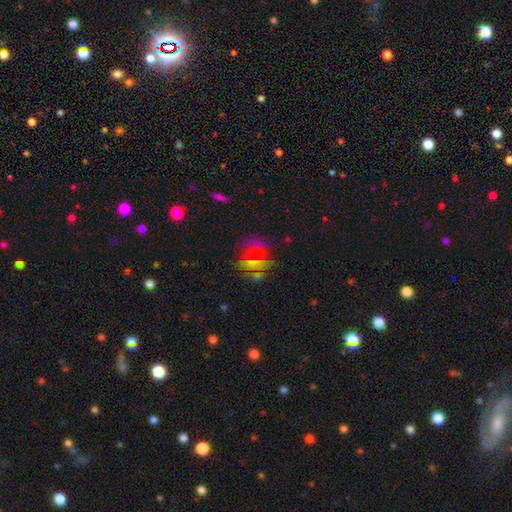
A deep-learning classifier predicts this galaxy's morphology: Smooth or featured? Predicted: smooth (p=0.45). Merging? Predicted: none (p=0.64).